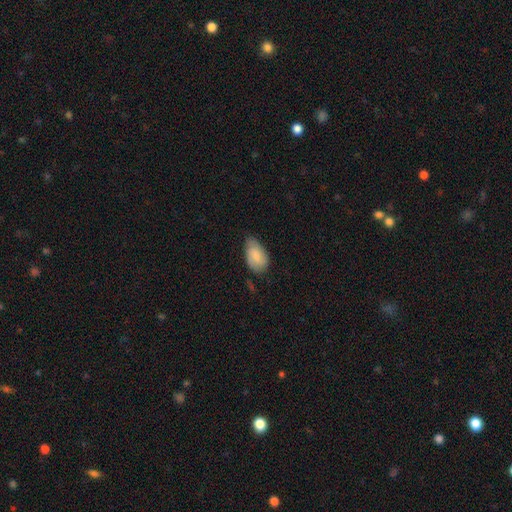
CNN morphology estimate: Smooth or featured?
  - smooth: 77% *
  - featured or disk: 17%
  - star or artifact: 6%
How rounded?
  - in between: 93% *
  - round: 5%
  - cigar-shaped: 2%
Merging?
  - none: 54% *
  - minor disturbance: 38%
  - major disturbance: 6%
  - merger: 2%